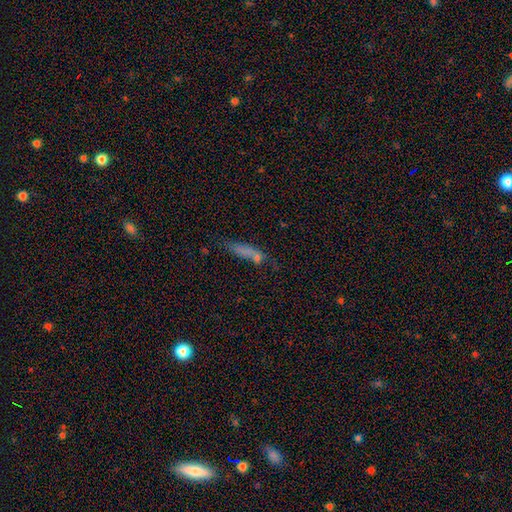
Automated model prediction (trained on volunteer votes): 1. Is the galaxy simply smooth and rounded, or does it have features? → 64% smooth, 18% star or artifact, 17% featured or disk.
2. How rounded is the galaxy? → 67% cigar-shaped, 29% in between, 4% round.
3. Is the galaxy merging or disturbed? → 53% none, 19% minor disturbance, 17% merger, 11% major disturbance.